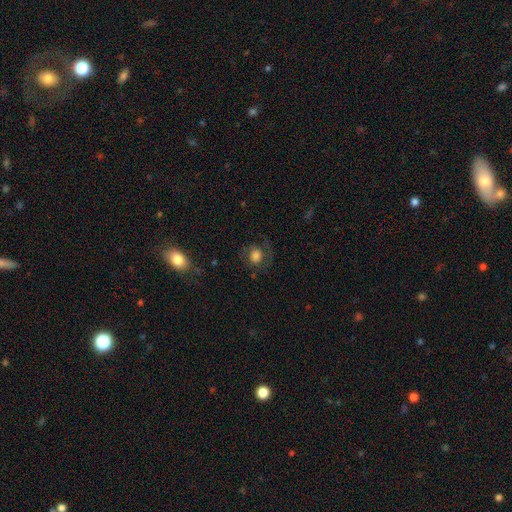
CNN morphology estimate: smooth_or_featured: smooth (p=0.63) [alt: featured or disk p=0.25]
how_rounded: round (p=0.79) [alt: in between p=0.20]
merging: none (p=0.64) [alt: minor disturbance p=0.17]